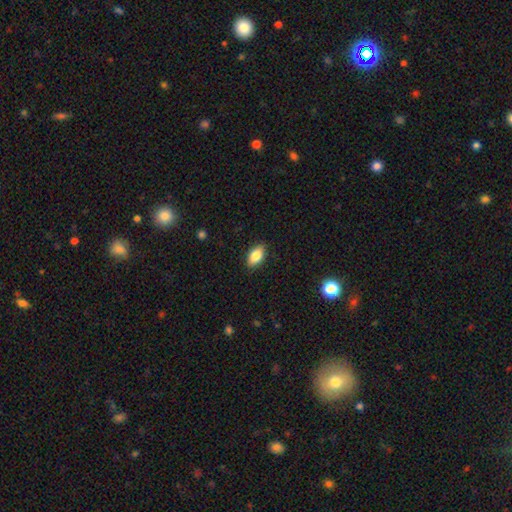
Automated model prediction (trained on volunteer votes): smooth-or-featured: smooth: 84% | featured or disk: 9% | star or artifact: 8%
  how-rounded: in between: 91% | round: 5% | cigar-shaped: 4%
  merging: none: 87% | minor disturbance: 10% | major disturbance: 2% | merger: 1%